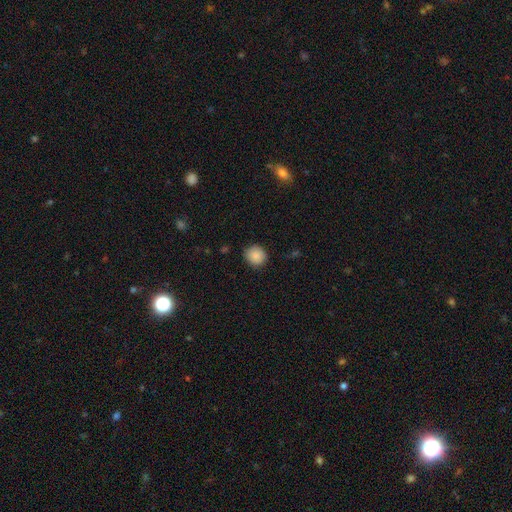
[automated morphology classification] A smooth galaxy with no disk features (87%) that is round (83%).

Vote fractions:
- Smooth or featured? smooth: 87% / star or artifact: 8% / featured or disk: 4%
- How rounded? round: 83% / in between: 16% / cigar-shaped: 1%
- Merging? none: 85% / minor disturbance: 11% / major disturbance: 2% / merger: 1%